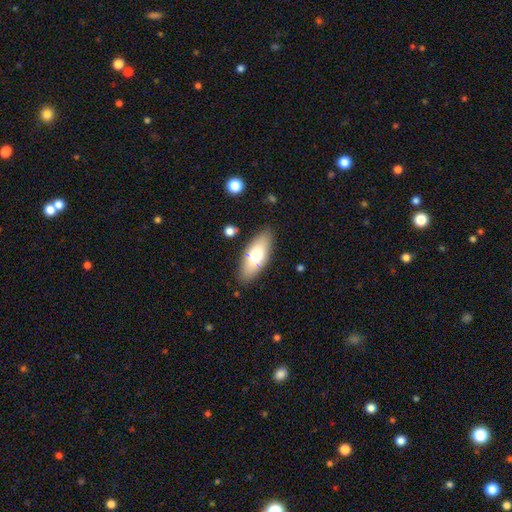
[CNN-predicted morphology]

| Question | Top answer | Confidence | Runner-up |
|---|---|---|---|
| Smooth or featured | smooth | 69% | featured or disk (25%) |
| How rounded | in between | 76% | cigar-shaped (21%) |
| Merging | none | 85% | minor disturbance (11%) |